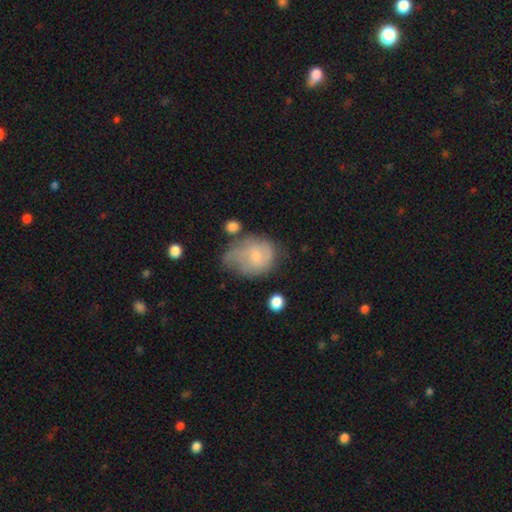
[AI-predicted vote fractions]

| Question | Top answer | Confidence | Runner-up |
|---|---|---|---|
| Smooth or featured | smooth | 54% | featured or disk (38%) |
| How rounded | in between | 56% | round (43%) |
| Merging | minor disturbance | 35% | none (33%) |